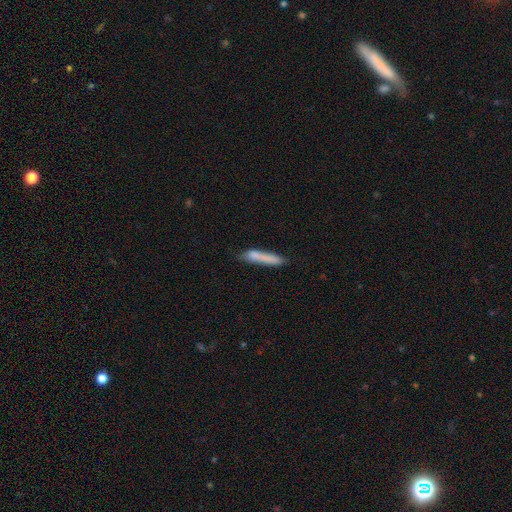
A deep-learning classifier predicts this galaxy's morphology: smooth 63%, featured or disk 24%, star or artifact 12%. Down the decision tree: how rounded — cigar-shaped (92%); merging — none (79%).